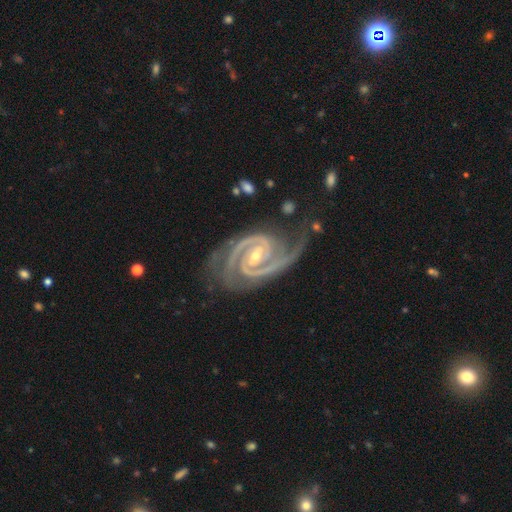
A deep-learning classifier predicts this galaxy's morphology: A featured or disk galaxy (94%) with a weak bar (41%), 2 (83%) tight (58%) spiral arms (99%) and a small central bulge (63%). Merging: none (67%).